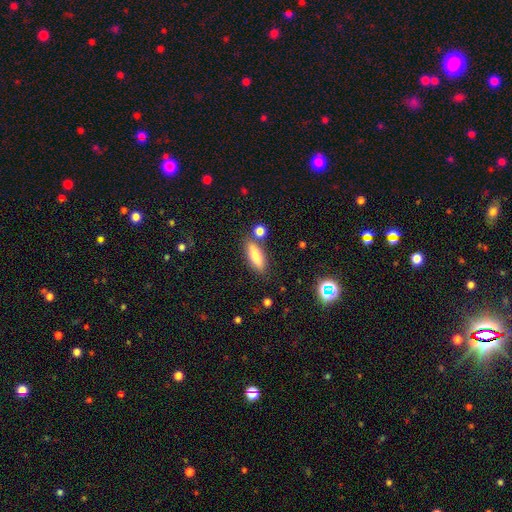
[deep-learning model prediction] This appears to be a smooth galaxy with no disk features (78%) that is cigar-shaped (51%). Merging: none (76%).